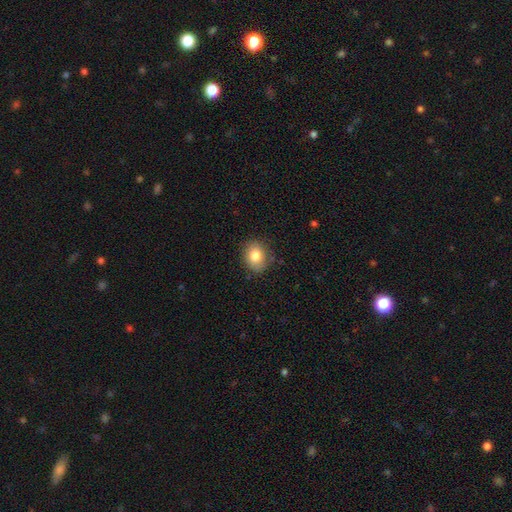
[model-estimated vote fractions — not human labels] A smooth galaxy with no disk features (81%) that is round (51%).

Vote fractions:
- Smooth or featured? smooth: 81% / featured or disk: 10% / star or artifact: 9%
- How rounded? round: 51% / in between: 48% / cigar-shaped: 1%
- Merging? none: 83% / minor disturbance: 13% / major disturbance: 3% / merger: 1%